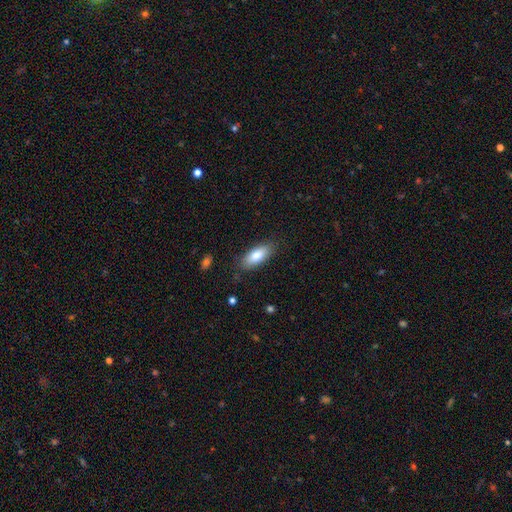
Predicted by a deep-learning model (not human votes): A smooth galaxy with no disk features (81%) that is in between round and cigar-shaped (80%). Merging: none (83%).